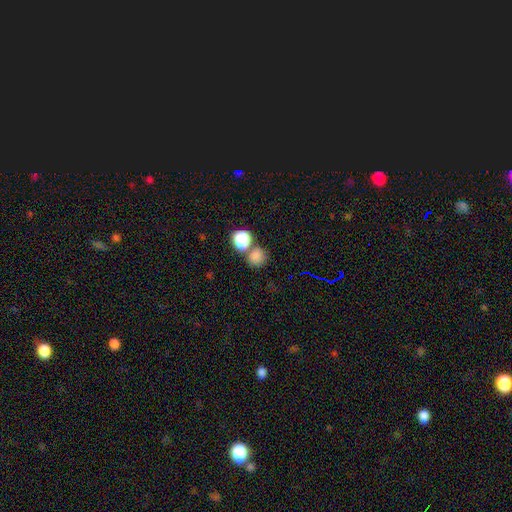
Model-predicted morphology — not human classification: A smooth galaxy with no disk features (78%) that is round (80%).

Vote fractions:
- Smooth or featured? smooth: 78% / star or artifact: 16% / featured or disk: 6%
- How rounded? round: 80% / in between: 19% / cigar-shaped: 1%
- Merging? none: 58% / merger: 30% / minor disturbance: 9% / major disturbance: 4%